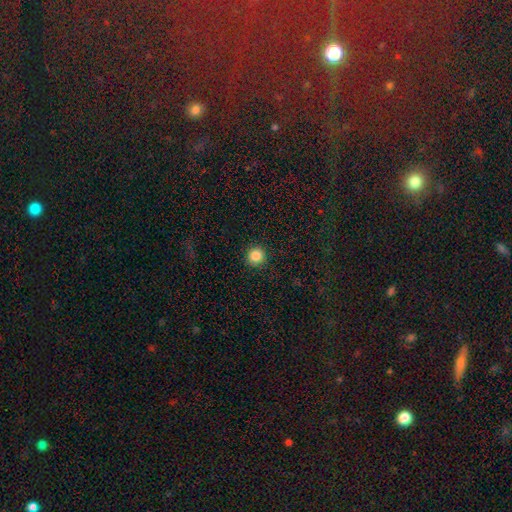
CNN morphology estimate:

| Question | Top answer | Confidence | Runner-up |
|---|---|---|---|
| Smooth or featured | smooth | 86% | star or artifact (11%) |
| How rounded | round | 95% | in between (4%) |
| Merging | none | 92% | minor disturbance (5%) |